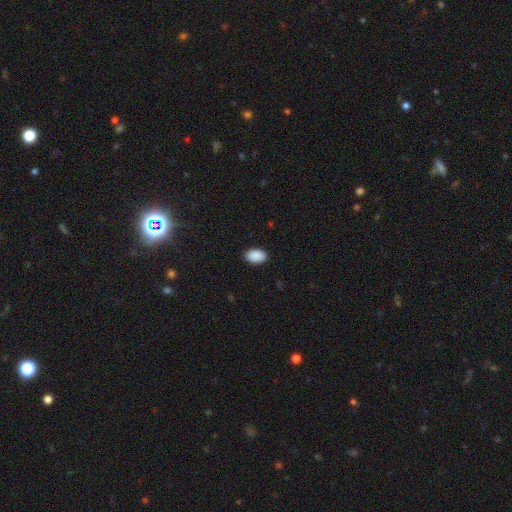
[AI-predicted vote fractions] A smooth galaxy with no disk features (91%) that is in between round and cigar-shaped (90%).

Vote fractions:
- Smooth or featured? smooth: 91% / star or artifact: 7% / featured or disk: 2%
- How rounded? in between: 90% / round: 9% / cigar-shaped: 1%
- Merging? none: 89% / minor disturbance: 8% / major disturbance: 2% / merger: 1%